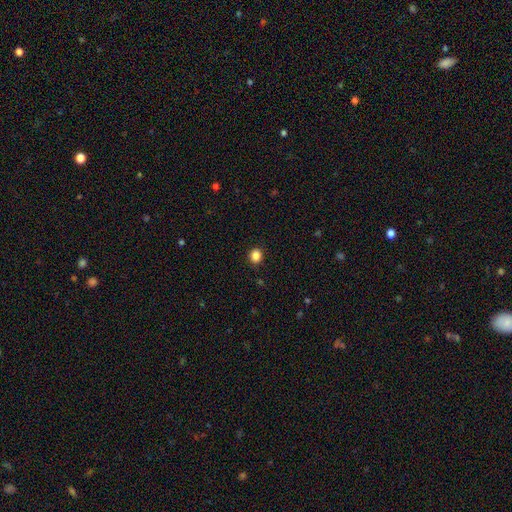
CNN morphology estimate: Smooth or featured? Predicted: smooth (p=0.86). How rounded? Predicted: round (p=0.77). Merging? Predicted: none (p=0.91).